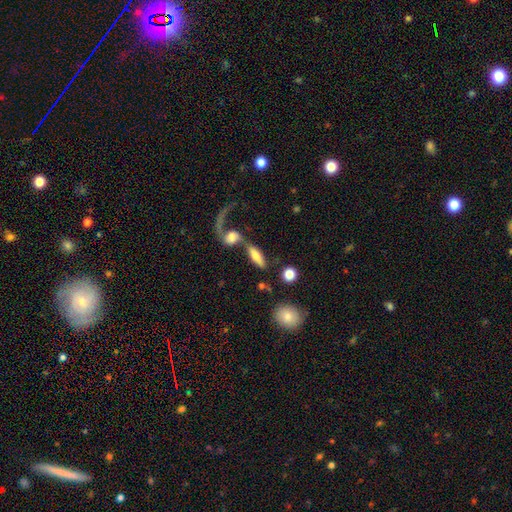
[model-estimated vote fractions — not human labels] A smooth galaxy with no disk features (56%) that is in between round and cigar-shaped (55%). Merging: merger (49%).